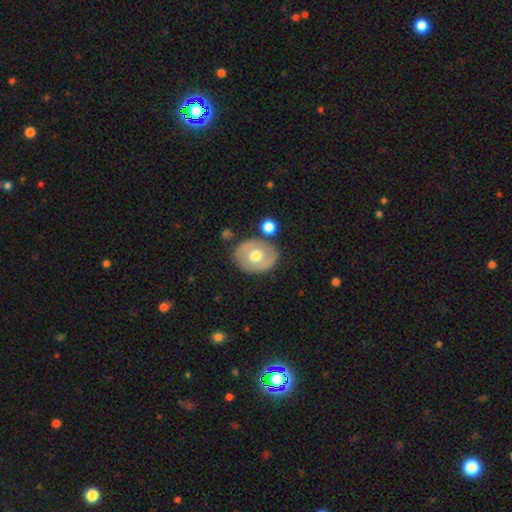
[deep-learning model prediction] smooth-or-featured: smooth: 52% | featured or disk: 42% | star or artifact: 6%
  how-rounded: in between: 56% | round: 43% | cigar-shaped: 1%
  merging: none: 76% | minor disturbance: 13% | merger: 7% | major disturbance: 4%